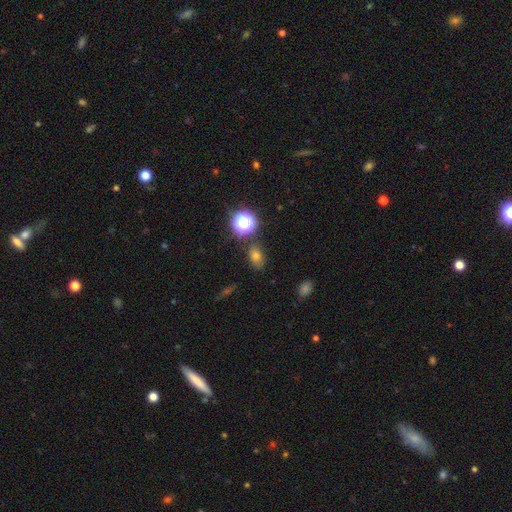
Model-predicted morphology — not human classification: The model was most divided on "smooth or featured": smooth: 67%, star or artifact: 22%, featured or disk: 11%. More confident: merging — none (79%); how rounded — in between (73%).